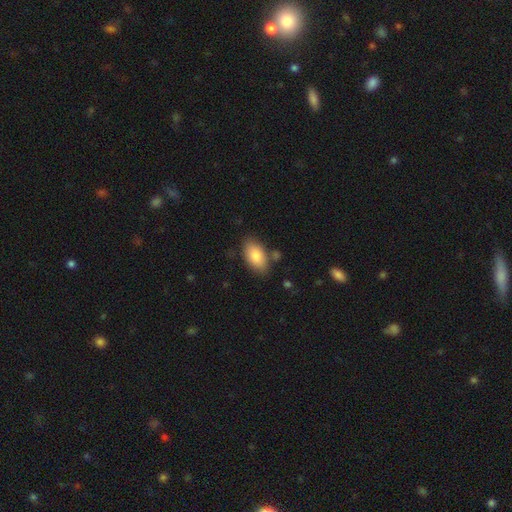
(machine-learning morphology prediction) The model was most divided on "merging": none: 77%, minor disturbance: 14%, merger: 5%, major disturbance: 3%. More confident: how rounded — in between (93%); smooth or featured — smooth (85%).